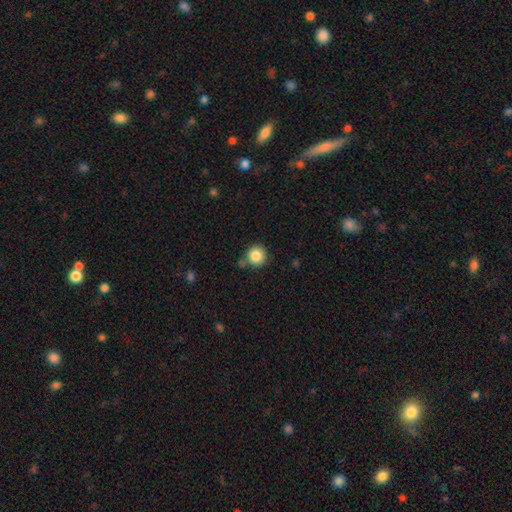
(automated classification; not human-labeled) Smooth or featured? Predicted: smooth (p=0.85). How rounded? Predicted: round (p=0.93). Merging? Predicted: none (p=0.74).